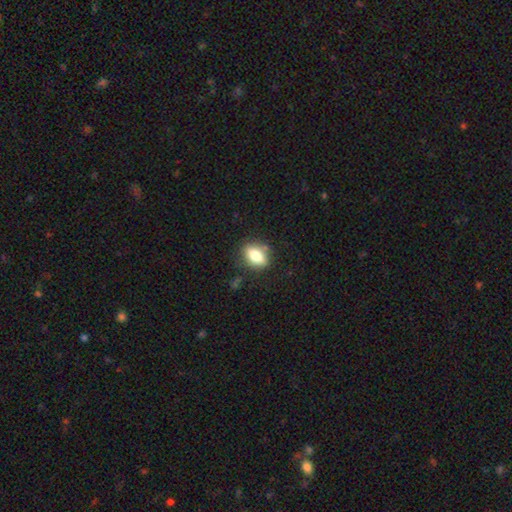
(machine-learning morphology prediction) Smooth or featured? smooth (77%)
How rounded? in between (77%)
Merging? none (77%)